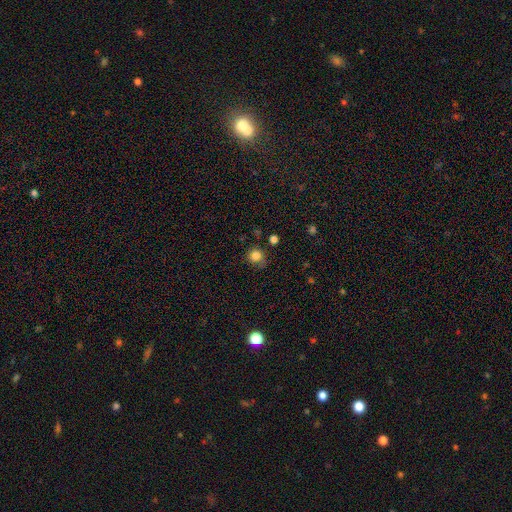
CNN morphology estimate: type=smooth (83%); roundness=round (88%); merging=none (70%).